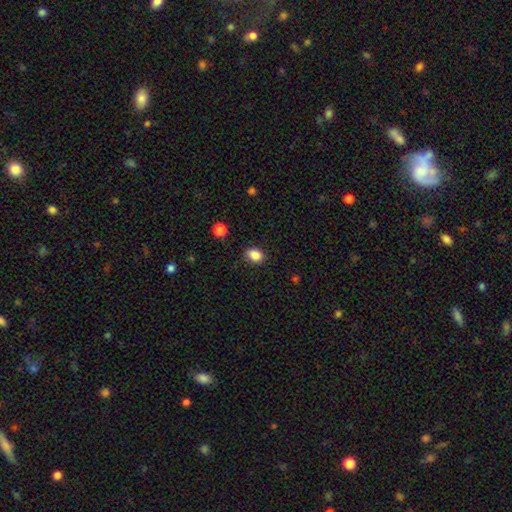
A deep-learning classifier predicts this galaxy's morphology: Smooth or featured: smooth — 87% (star or artifact — 10%)
How rounded: in between — 70% (round — 29%)
Merging: none — 84% (minor disturbance — 11%)